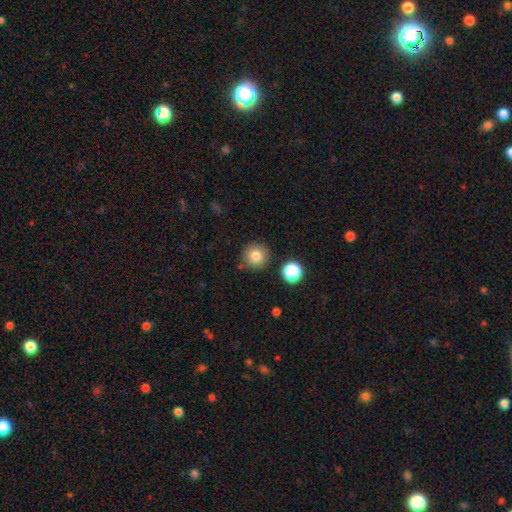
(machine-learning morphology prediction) Smooth or featured? smooth (82%)
How rounded? round (94%)
Merging? none (85%)